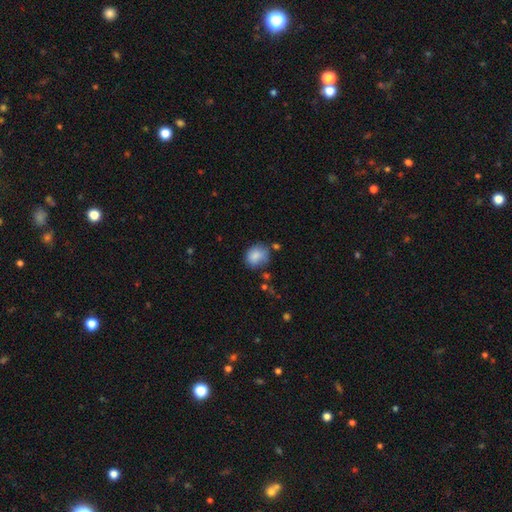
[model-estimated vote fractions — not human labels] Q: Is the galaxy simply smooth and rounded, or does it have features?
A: smooth — 82%.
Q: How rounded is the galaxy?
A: round — 65%.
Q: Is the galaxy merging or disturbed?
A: none — 61%.